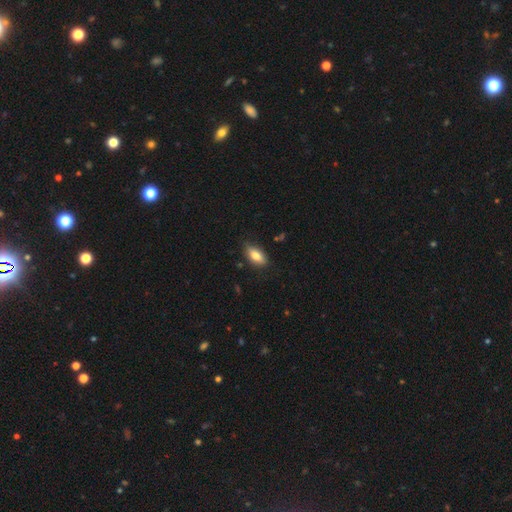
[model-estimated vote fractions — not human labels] This appears to be a smooth galaxy with no disk features (79%) that is in between round and cigar-shaped (87%). Merging: none (80%).